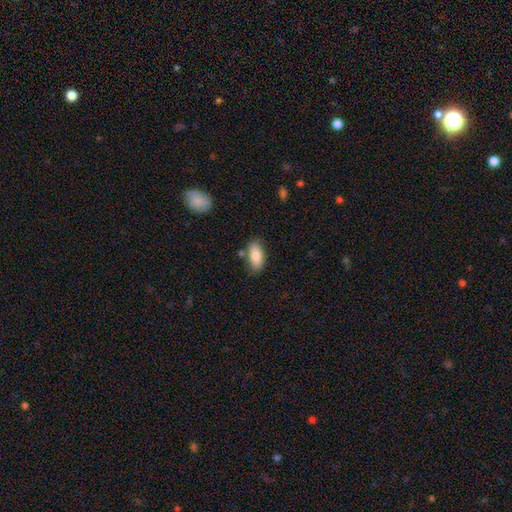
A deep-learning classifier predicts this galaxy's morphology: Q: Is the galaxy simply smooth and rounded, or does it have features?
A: smooth — 83%.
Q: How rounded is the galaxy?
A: in between — 91%.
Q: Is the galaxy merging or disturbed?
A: none — 76%.